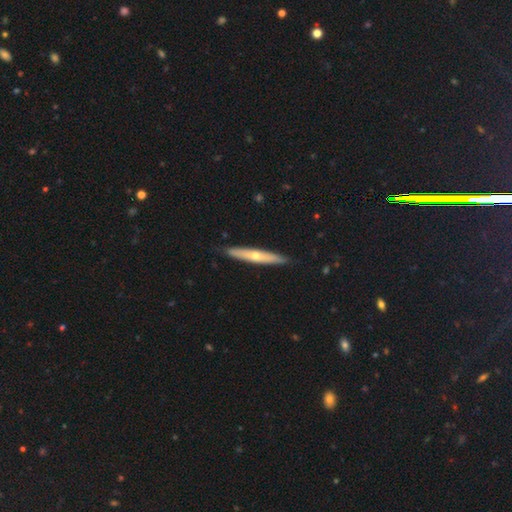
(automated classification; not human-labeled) featured or disk 61%, smooth 32%, star or artifact 7%. Down the decision tree: edge-on disk — yes (93%); edge-on bulge — rounded (81%); merging — none (89%).